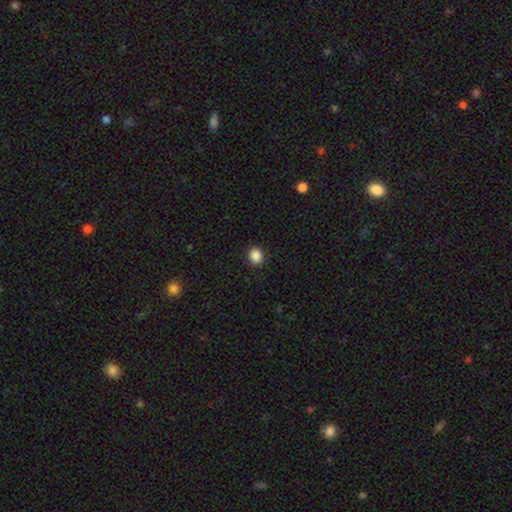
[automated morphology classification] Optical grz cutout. It shows a smooth galaxy with no disk features (87%) that is round (73%). Merging: none (91%).